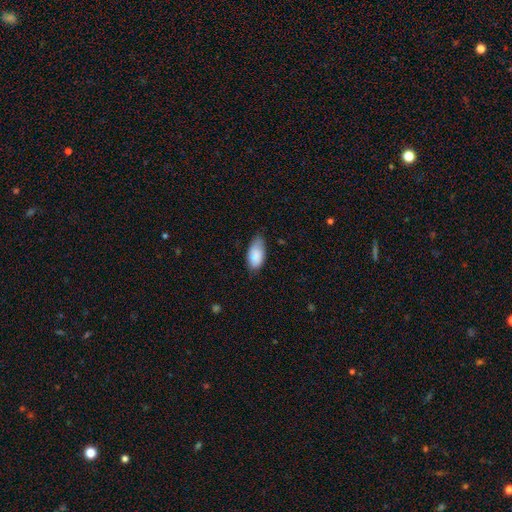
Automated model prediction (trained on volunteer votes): This appears to be a smooth galaxy with no disk features (86%) that is in between round and cigar-shaped (94%). Merging: none (61%).